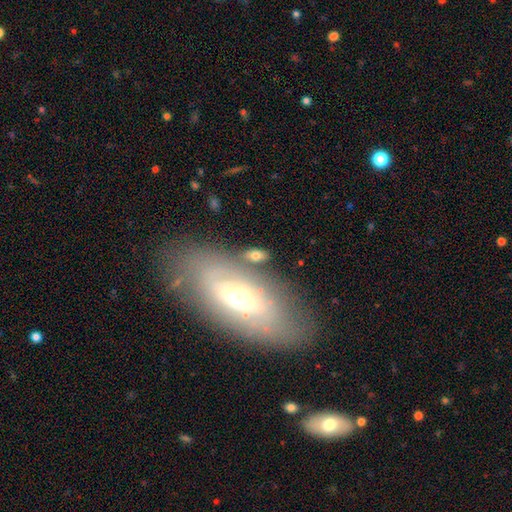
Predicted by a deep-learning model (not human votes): Smooth or featured? Predicted: smooth (p=0.56). How rounded? Predicted: in between (p=0.81). Merging? Predicted: none (p=0.68).